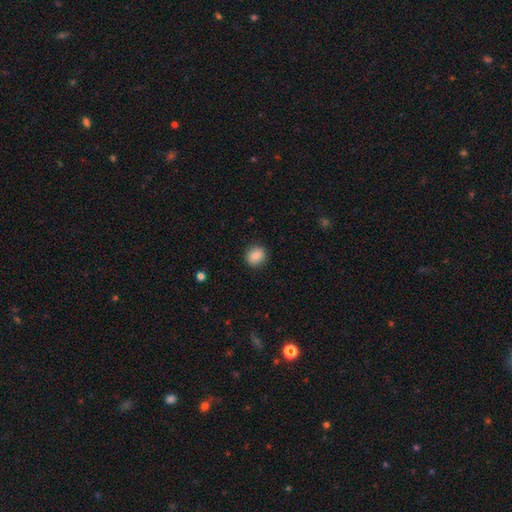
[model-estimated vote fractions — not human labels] smooth-or-featured: smooth: 87% | star or artifact: 8% | featured or disk: 5%
  how-rounded: round: 74% | in between: 25% | cigar-shaped: 1%
  merging: none: 90% | minor disturbance: 7% | major disturbance: 2% | merger: 1%